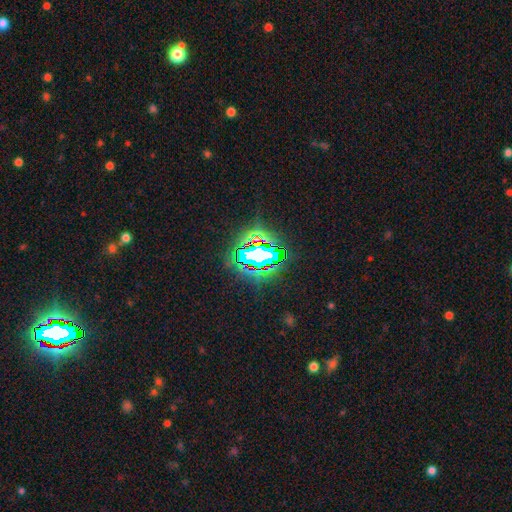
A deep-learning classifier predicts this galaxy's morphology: smooth_or_featured: star or artifact (p=0.75) [alt: featured or disk p=0.13]